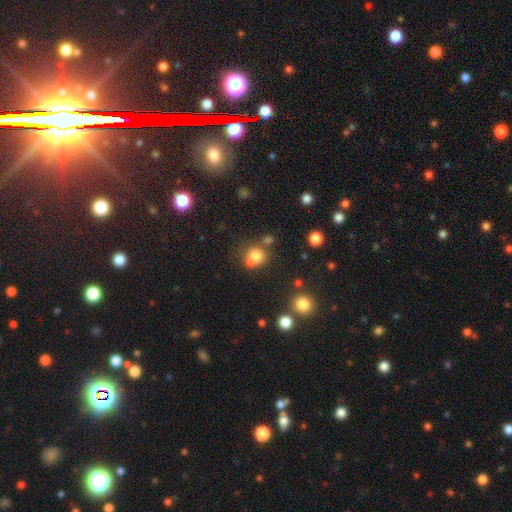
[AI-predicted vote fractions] Q: Smooth or featured?
A: smooth (77%); runner-up: star or artifact (14%)
Q: How rounded?
A: round (82%); runner-up: in between (17%)
Q: Merging?
A: none (53%); runner-up: merger (27%)